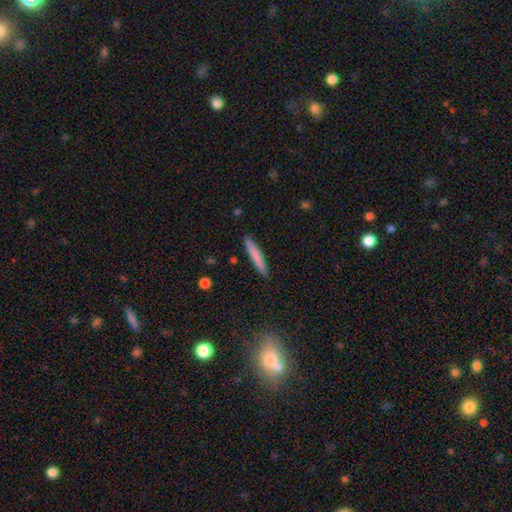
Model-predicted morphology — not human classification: type=smooth (76%); roundness=cigar-shaped (95%); merging=none (90%).